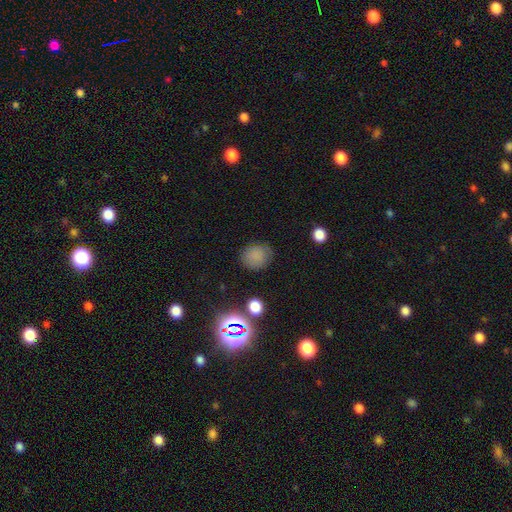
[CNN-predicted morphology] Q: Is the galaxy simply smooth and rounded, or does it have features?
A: smooth — 79%.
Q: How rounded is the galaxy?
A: round — 77%.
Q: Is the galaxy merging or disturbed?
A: none — 81%.